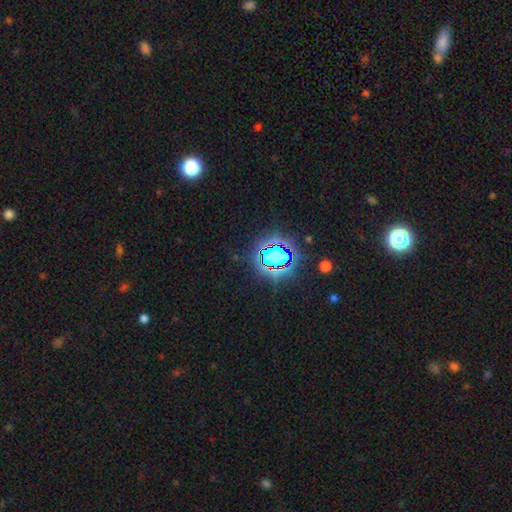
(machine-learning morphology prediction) Smooth or featured? Predicted: star or artifact (p=0.78).